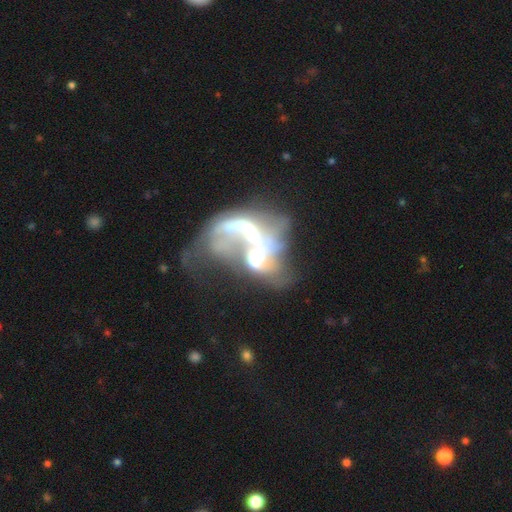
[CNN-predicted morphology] Smooth or featured? featured or disk (64%)
Edge-on disk? no (96%)
Bar? no (68%)
Spiral arms? no (62%)
Bulge size? moderate (40%)
Merging? merger (63%)